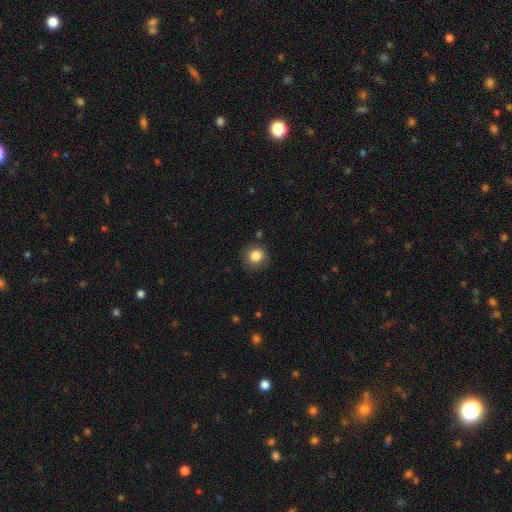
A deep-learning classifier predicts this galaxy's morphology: This is clearly a smooth galaxy (84%). How rounded: clearly round (89%). Merging: clearly none (84%).